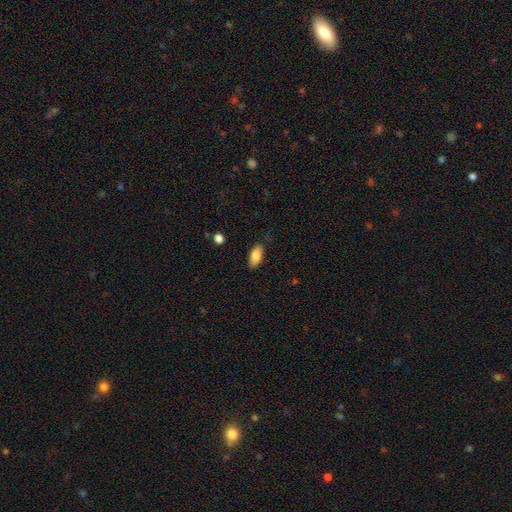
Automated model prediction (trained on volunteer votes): smooth_or_featured: smooth (p=0.83) [alt: featured or disk p=0.10]
how_rounded: in between (p=0.91) [alt: cigar-shaped p=0.06]
merging: none (p=0.82) [alt: minor disturbance p=0.14]